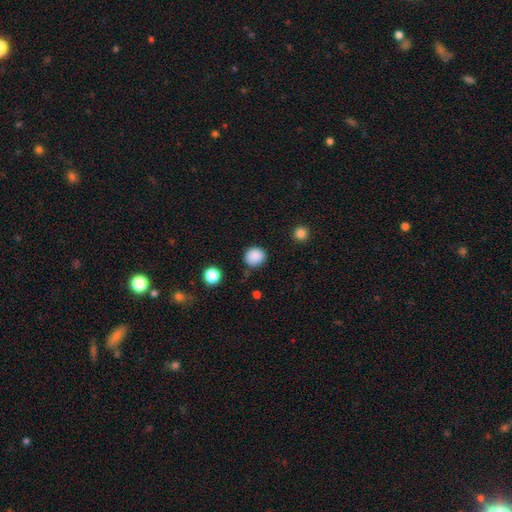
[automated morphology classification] This is clearly a smooth galaxy (87%). How rounded: clearly round (85%). Merging: clearly none (82%).